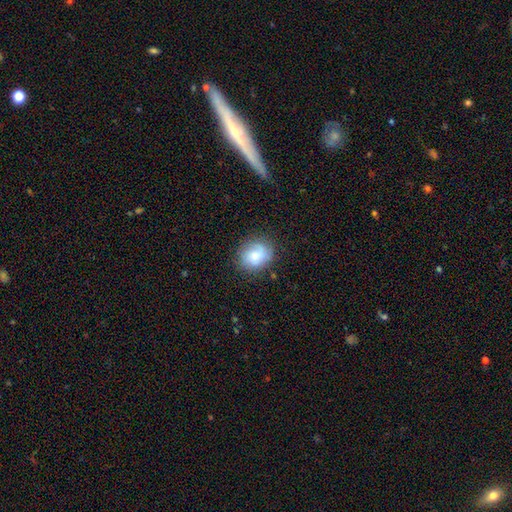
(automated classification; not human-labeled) Smooth or featured?
  - smooth: 70% *
  - featured or disk: 22%
  - star or artifact: 8%
How rounded?
  - round: 71% *
  - in between: 28%
  - cigar-shaped: 1%
Merging?
  - none: 77% *
  - minor disturbance: 17%
  - major disturbance: 5%
  - merger: 2%